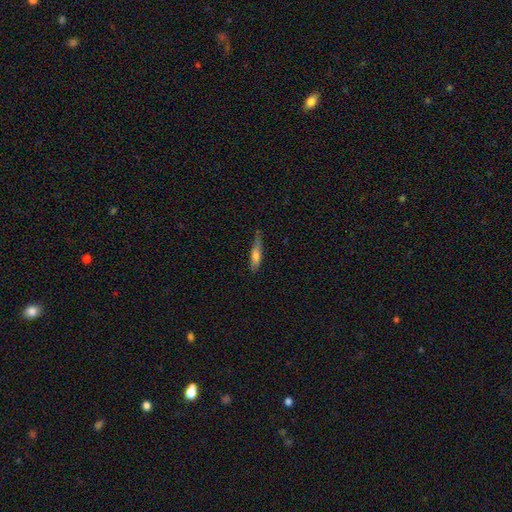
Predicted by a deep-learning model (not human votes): Morphology: type=smooth (66%); roundness=cigar-shaped (73%); merging=none (56%).